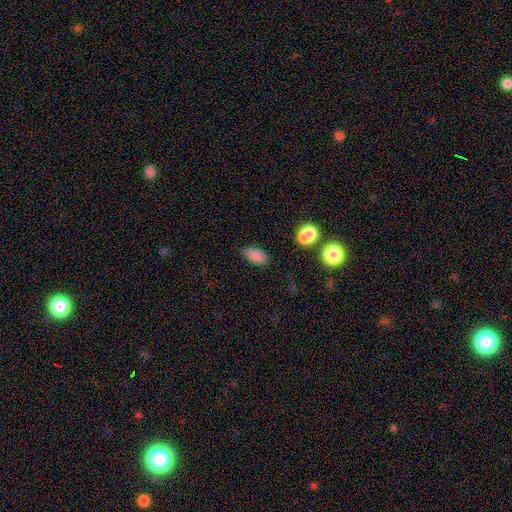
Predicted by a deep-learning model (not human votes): Smooth or featured? Predicted: smooth (p=0.85). How rounded? Predicted: in between (p=0.90). Merging? Predicted: none (p=0.71).